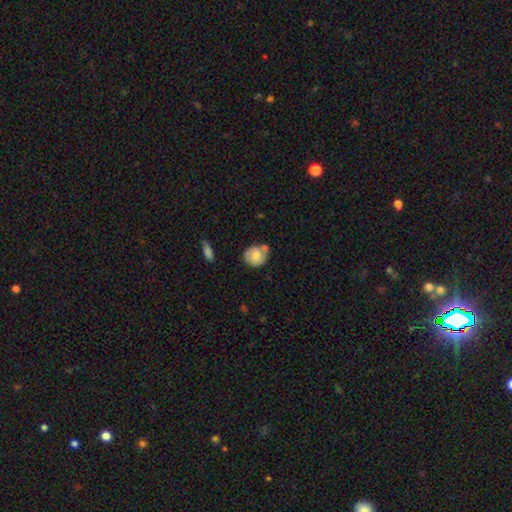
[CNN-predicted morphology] This is likely a smooth galaxy (61%). How rounded: likely round (74%). Merging: possibly none (57%).